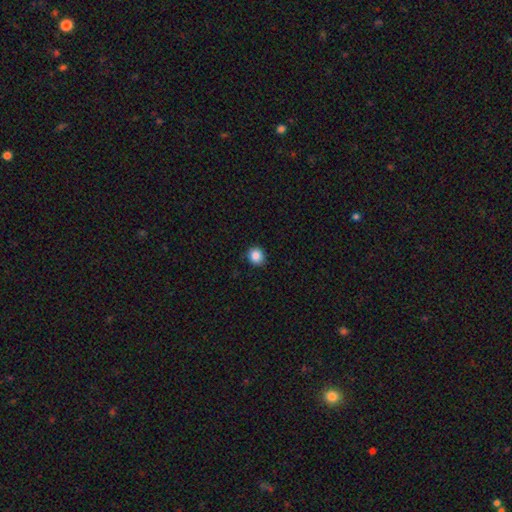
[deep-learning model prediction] smooth-or-featured: smooth: 86% | star or artifact: 10% | featured or disk: 4%
  how-rounded: round: 85% | in between: 14% | cigar-shaped: 1%
  merging: none: 89% | minor disturbance: 8% | major disturbance: 2% | merger: 1%